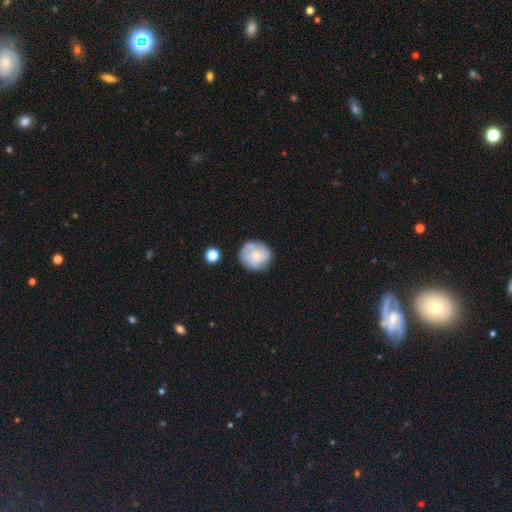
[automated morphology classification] Overall: smooth (58%; featured or disk 34%). How rounded: round (88%). Merging: none (71%).